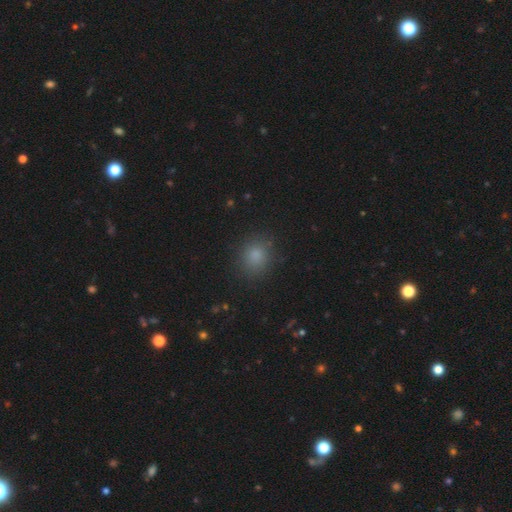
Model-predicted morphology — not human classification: A smooth galaxy with no disk features (81%) that is round (78%).

Vote fractions:
- Smooth or featured? smooth: 81% / star or artifact: 14% / featured or disk: 5%
- How rounded? round: 78% / in between: 21% / cigar-shaped: 1%
- Merging? none: 86% / minor disturbance: 10% / major disturbance: 3% / merger: 1%